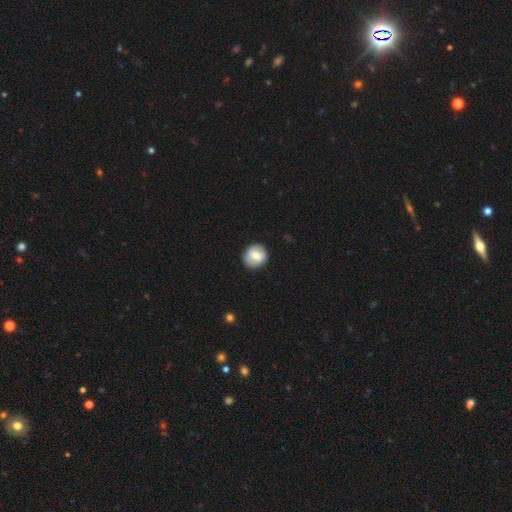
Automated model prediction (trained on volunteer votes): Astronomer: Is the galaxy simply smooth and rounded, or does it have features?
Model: smooth — 69%.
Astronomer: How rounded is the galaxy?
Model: round — 85%.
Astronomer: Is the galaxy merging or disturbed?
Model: none — 87%.